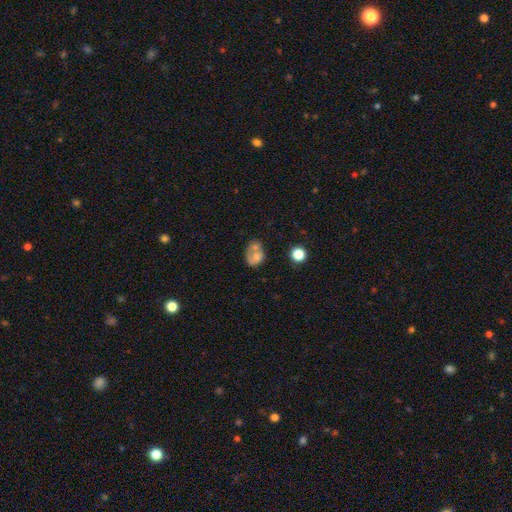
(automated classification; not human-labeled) Smooth or featured?
  - smooth: 59% *
  - featured or disk: 31%
  - star or artifact: 11%
How rounded?
  - in between: 61% *
  - round: 38%
  - cigar-shaped: 1%
Merging?
  - merger: 43% *
  - none: 26%
  - minor disturbance: 16%
  - major disturbance: 16%